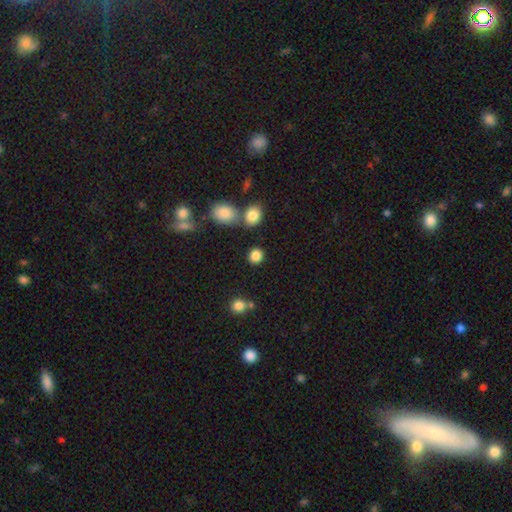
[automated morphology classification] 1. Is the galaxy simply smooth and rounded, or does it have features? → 85% smooth, 11% star or artifact, 4% featured or disk.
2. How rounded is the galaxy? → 84% round, 15% in between, 1% cigar-shaped.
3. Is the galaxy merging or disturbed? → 84% none, 7% minor disturbance, 6% merger, 3% major disturbance.